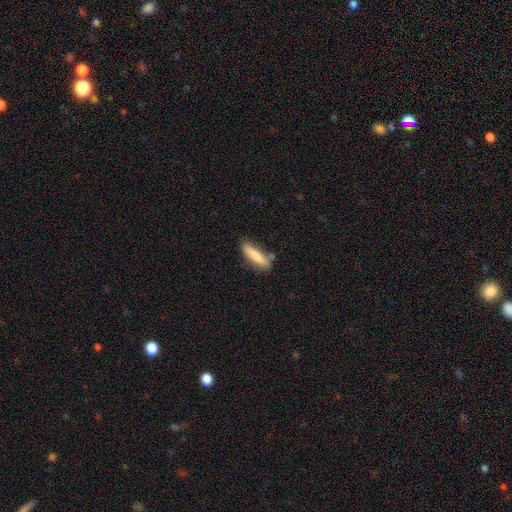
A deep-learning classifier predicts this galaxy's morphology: smooth 80%, featured or disk 14%, star or artifact 6%. Down the decision tree: how rounded — cigar-shaped (70%); merging — none (70%).